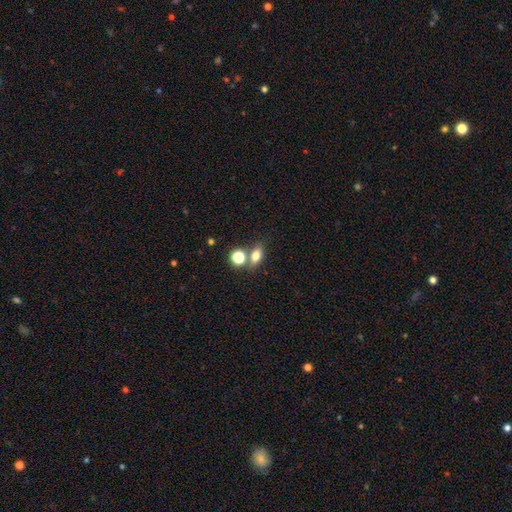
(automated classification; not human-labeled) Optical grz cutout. It shows a smooth galaxy with no disk features (75%) that is in between round and cigar-shaped (70%). Merging: none (60%).